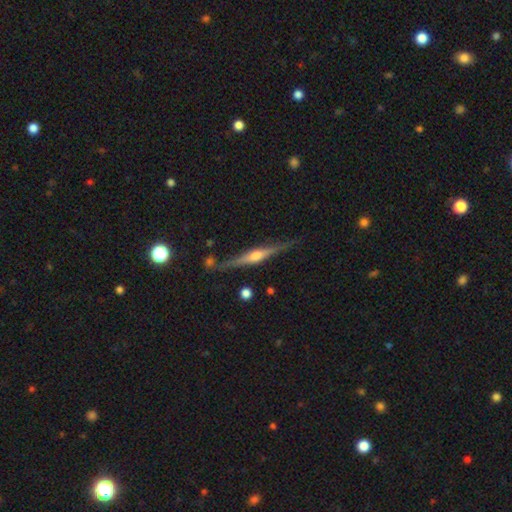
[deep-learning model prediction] featured or disk 78%, smooth 16%, star or artifact 6%. Down the decision tree: edge-on disk — yes (98%); edge-on bulge — rounded (87%); merging — none (83%).